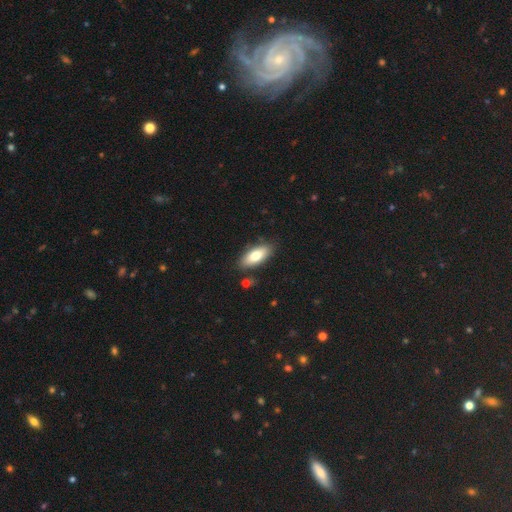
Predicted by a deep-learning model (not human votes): Q: Smooth or featured?
A: smooth (75%); runner-up: featured or disk (19%)
Q: How rounded?
A: in between (81%); runner-up: cigar-shaped (17%)
Q: Merging?
A: none (84%); runner-up: minor disturbance (11%)